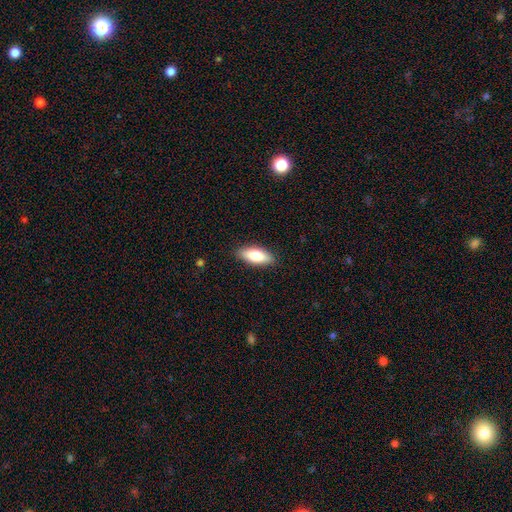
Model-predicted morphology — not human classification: Smooth or featured?
  - smooth: 78% *
  - featured or disk: 15%
  - star or artifact: 6%
How rounded?
  - in between: 78% *
  - cigar-shaped: 20%
  - round: 2%
Merging?
  - none: 88% *
  - minor disturbance: 9%
  - major disturbance: 2%
  - merger: 1%